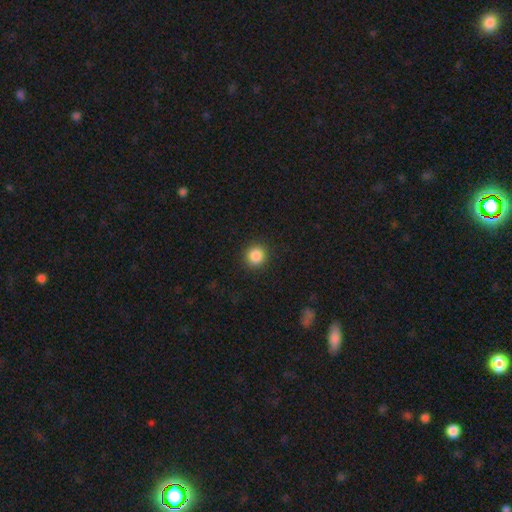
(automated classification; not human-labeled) The model was most divided on "smooth or featured": smooth: 87%, star or artifact: 10%, featured or disk: 3%. More confident: how rounded — round (92%); merging — none (91%).